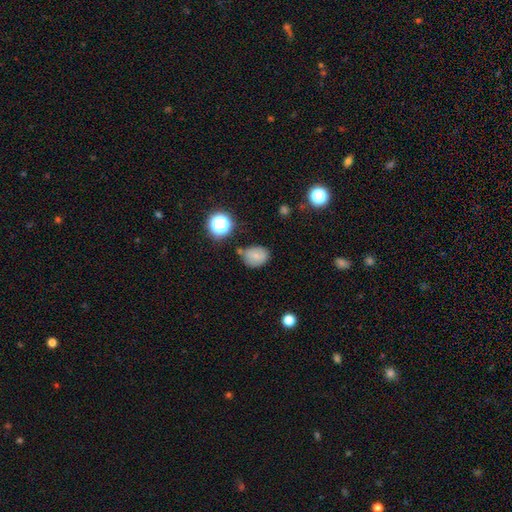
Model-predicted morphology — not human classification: Smooth or featured? smooth (70%)
How rounded? round (50%)
Merging? none (65%)